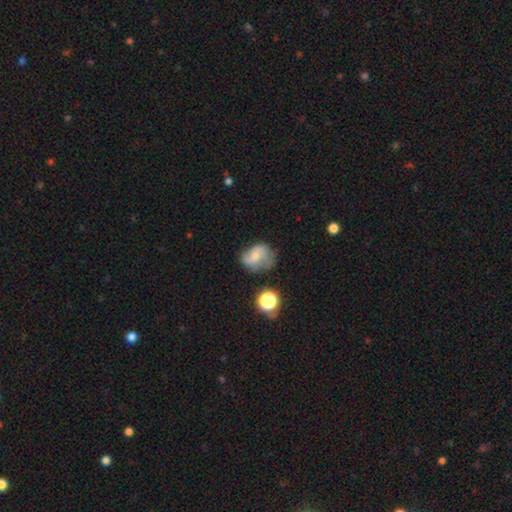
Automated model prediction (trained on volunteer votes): Smooth or featured: featured or disk — 51% (smooth — 39%)
Edge-on disk: no — 97% (yes — 3%)
Merging: none — 48% (minor disturbance — 30%)